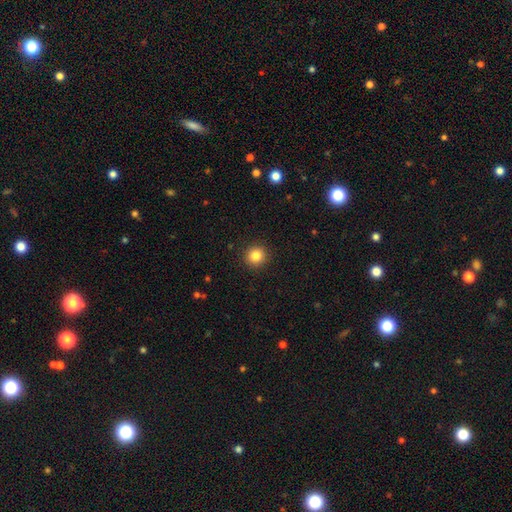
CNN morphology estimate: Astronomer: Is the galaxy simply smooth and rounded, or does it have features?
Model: smooth — 84%.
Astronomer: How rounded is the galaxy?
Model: round — 93%.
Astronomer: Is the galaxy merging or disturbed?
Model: none — 93%.